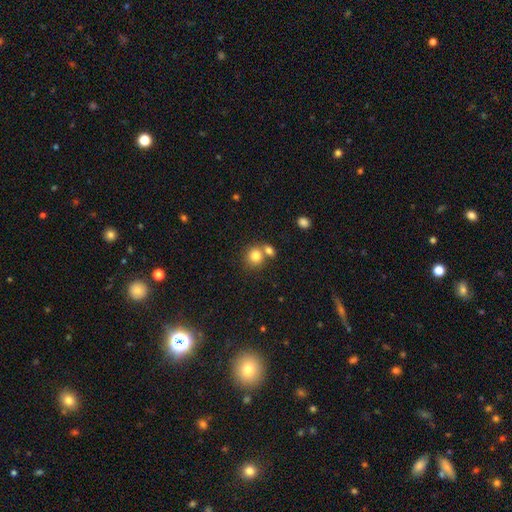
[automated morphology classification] A smooth galaxy with no disk features (81%) that is round (81%).

Vote fractions:
- Smooth or featured? smooth: 81% / star or artifact: 10% / featured or disk: 9%
- How rounded? round: 81% / in between: 18% / cigar-shaped: 1%
- Merging? none: 51% / merger: 38% / minor disturbance: 8% / major disturbance: 3%